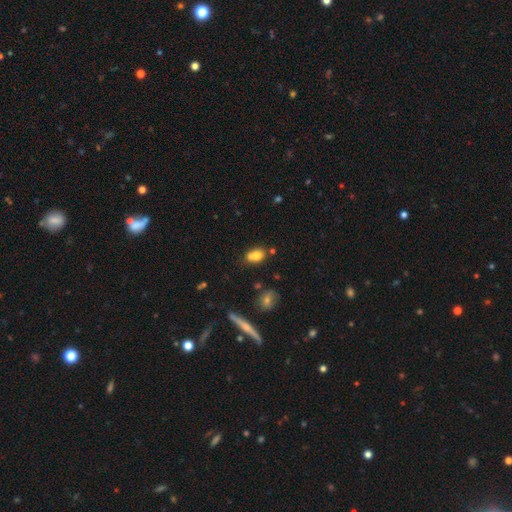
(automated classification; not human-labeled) Smooth or featured?
  - smooth: 76% *
  - featured or disk: 13%
  - star or artifact: 11%
How rounded?
  - in between: 81% *
  - round: 16%
  - cigar-shaped: 3%
Merging?
  - none: 55% *
  - merger: 21%
  - minor disturbance: 19%
  - major disturbance: 5%